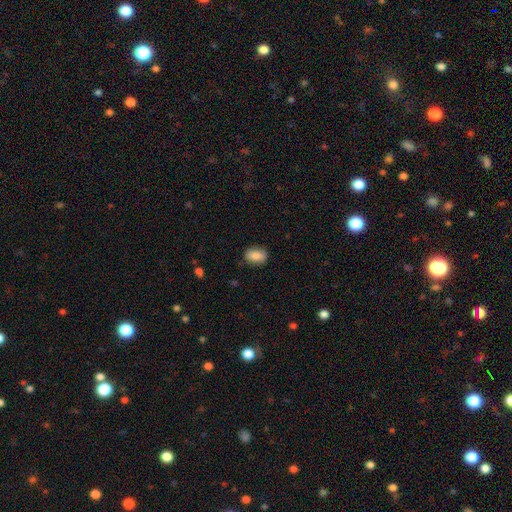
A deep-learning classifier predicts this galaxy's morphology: The model was most divided on "how rounded": in between: 82%, round: 16%, cigar-shaped: 2%. More confident: merging — none (84%); smooth or featured — smooth (83%).